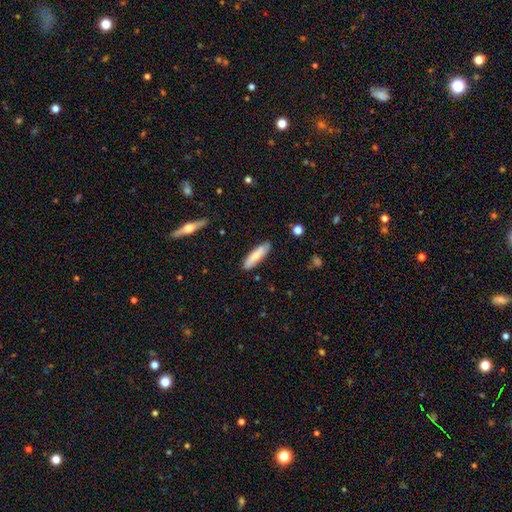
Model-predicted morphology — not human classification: Smooth or featured? smooth (74%)
How rounded? cigar-shaped (72%)
Merging? none (85%)